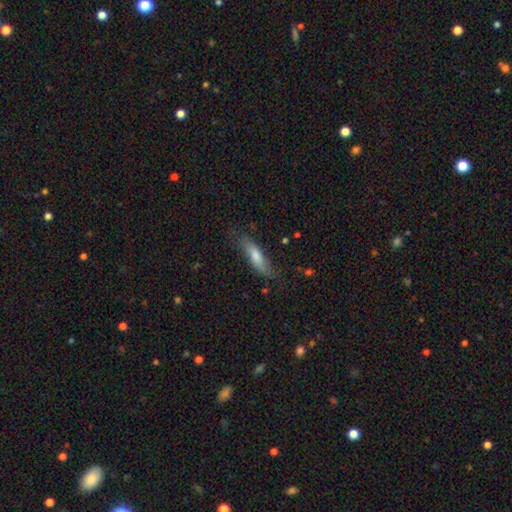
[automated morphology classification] Smooth or featured? smooth (63%)
How rounded? cigar-shaped (68%)
Merging? none (72%)